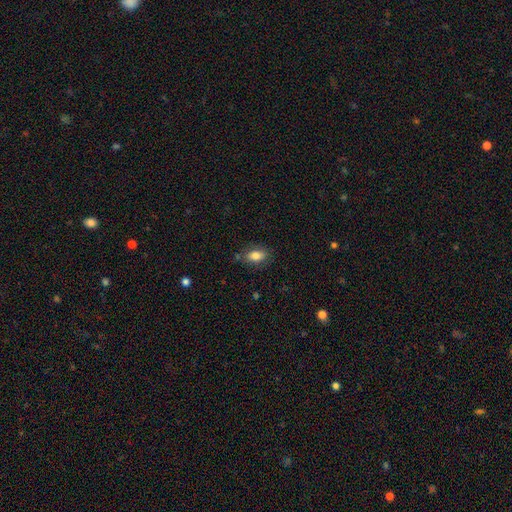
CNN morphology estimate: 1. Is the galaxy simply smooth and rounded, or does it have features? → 81% smooth, 11% featured or disk, 8% star or artifact.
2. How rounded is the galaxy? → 87% in between, 9% round, 3% cigar-shaped.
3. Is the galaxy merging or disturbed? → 77% none, 15% minor disturbance, 4% merger, 4% major disturbance.